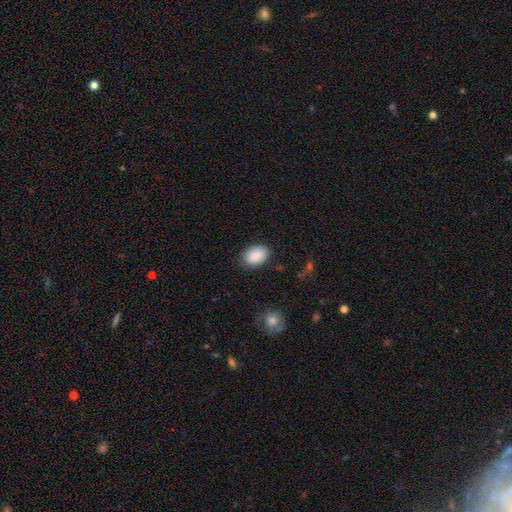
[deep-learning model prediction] The model was most divided on "merging": none: 79%, minor disturbance: 16%, major disturbance: 4%, merger: 1%. More confident: smooth or featured — smooth (89%); how rounded — in between (86%).